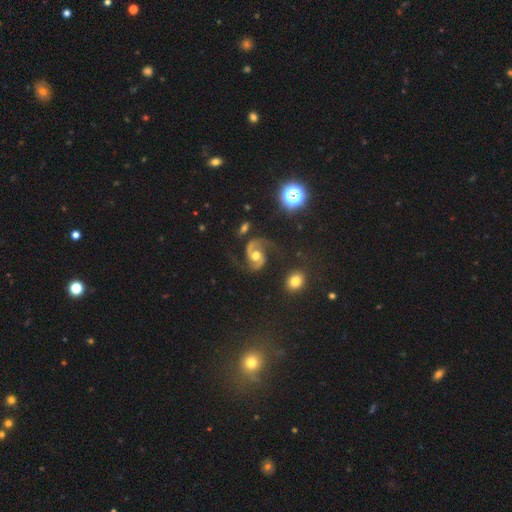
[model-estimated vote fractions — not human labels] This appears to be a featured or disk galaxy (88%) with no bar (57%), 2 (93%) medium (57%) spiral arms (97%) and a moderate central bulge (72%). Merging: none (73%).